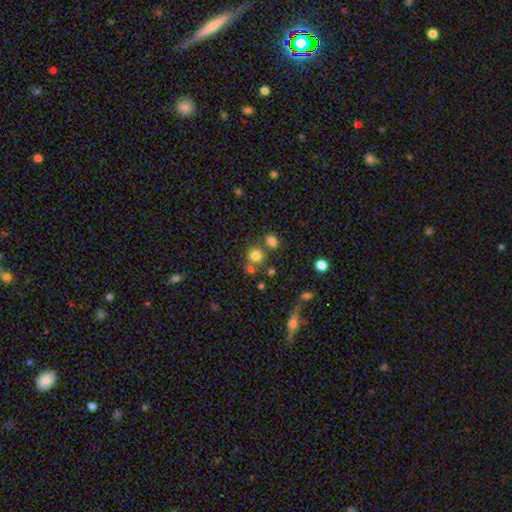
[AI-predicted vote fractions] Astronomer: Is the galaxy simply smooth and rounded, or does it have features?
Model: smooth — 77%.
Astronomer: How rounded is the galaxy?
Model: round — 84%.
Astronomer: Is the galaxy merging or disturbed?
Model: none — 62%.